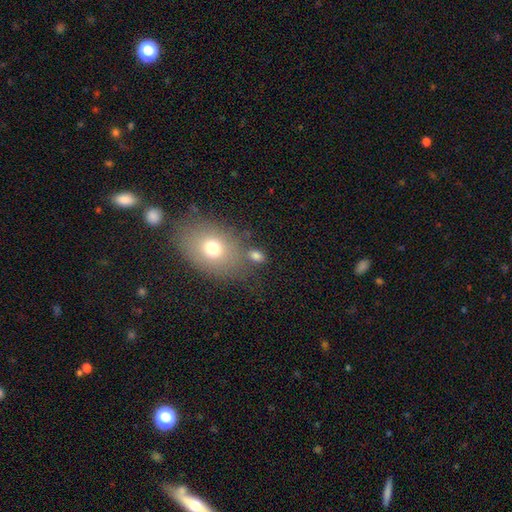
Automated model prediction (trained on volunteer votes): The model was most divided on "how rounded": in between: 64%, round: 34%, cigar-shaped: 2%. More confident: smooth or featured — smooth (77%); merging — none (66%).